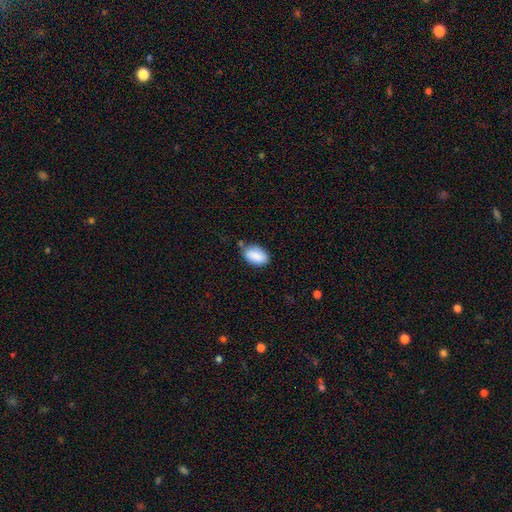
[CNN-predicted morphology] smooth_or_featured: smooth (p=0.88) [alt: star or artifact p=0.07]
how_rounded: in between (p=0.92) [alt: round p=0.07]
merging: none (p=0.67) [alt: minor disturbance p=0.23]